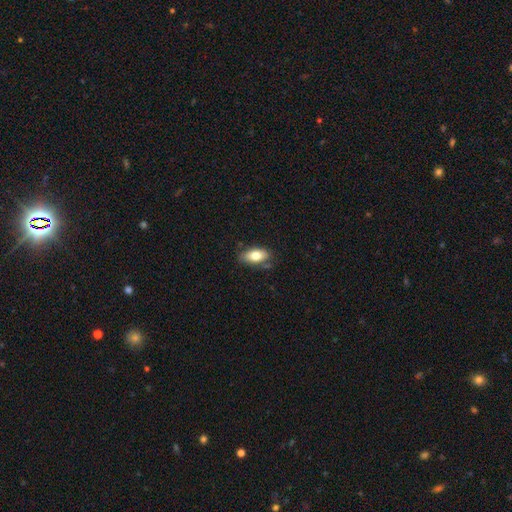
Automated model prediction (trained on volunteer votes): Smooth or featured: smooth — 75% (featured or disk — 18%)
How rounded: in between — 89% (cigar-shaped — 7%)
Merging: none — 72% (minor disturbance — 20%)